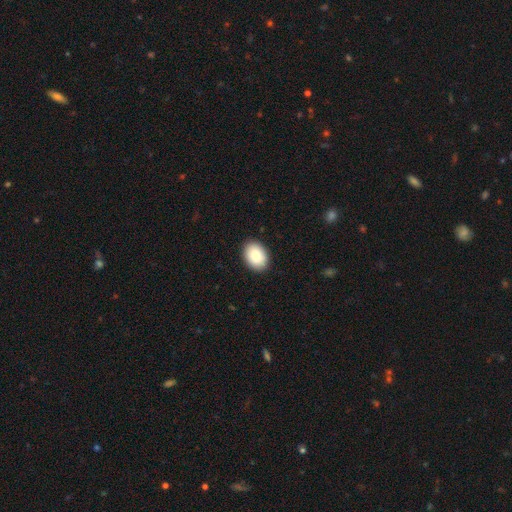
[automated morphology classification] Smooth or featured? smooth (85%)
How rounded? in between (75%)
Merging? none (90%)